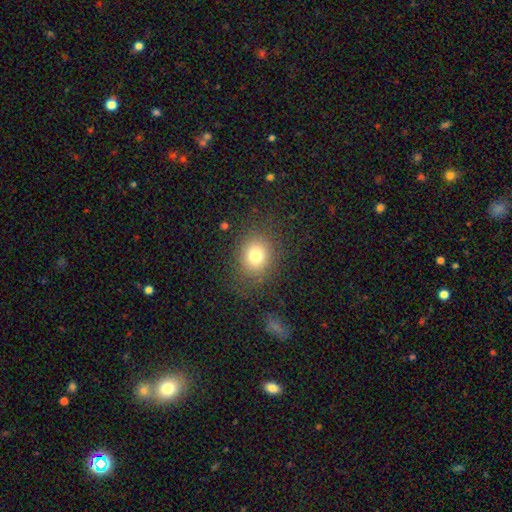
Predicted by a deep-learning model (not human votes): Morphology: type=smooth (77%); roundness=round (68%); merging=none (82%).